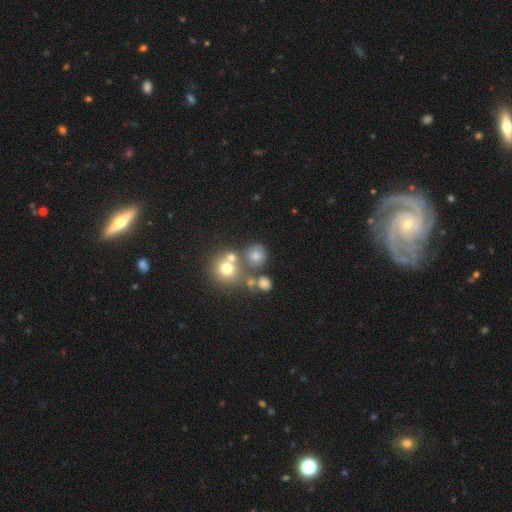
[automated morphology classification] Q: Smooth or featured?
A: smooth (67%); runner-up: star or artifact (17%)
Q: How rounded?
A: round (86%); runner-up: in between (13%)
Q: Merging?
A: none (55%); runner-up: merger (27%)